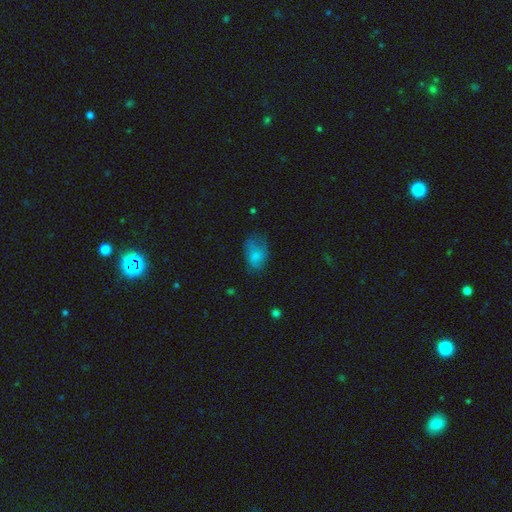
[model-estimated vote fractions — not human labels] Smooth or featured? smooth (73%)
How rounded? in between (86%)
Merging? none (51%)